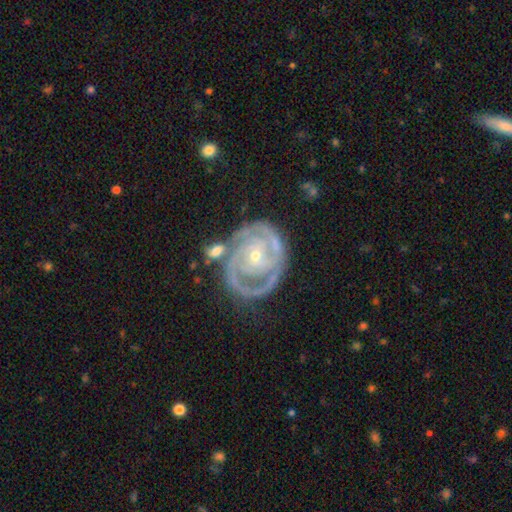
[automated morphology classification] The model was most divided on "spiral arm count": 2: 48%, 3: 26%, can't tell: 12%, 4: 6%, 1: 5%, more than 4: 4%. More confident: edge-on disk — no (98%); spiral arms — yes (97%); smooth or featured — featured or disk (91%); spiral winding — tight (73%); bulge size — small (71%); bar — no (64%); merging — none (63%).